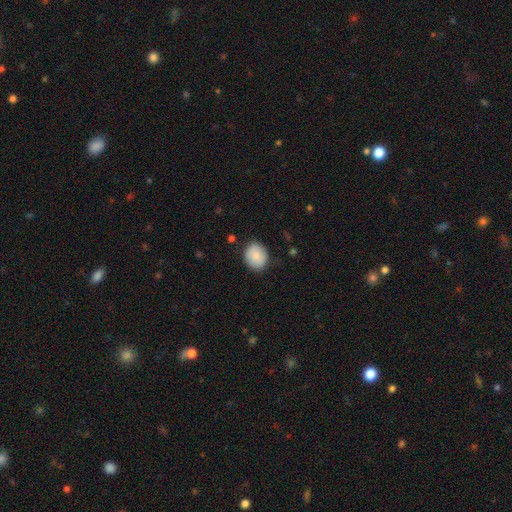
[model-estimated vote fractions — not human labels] smooth 84%, featured or disk 9%, star or artifact 7%. Down the decision tree: how rounded — round (59%); merging — none (82%).